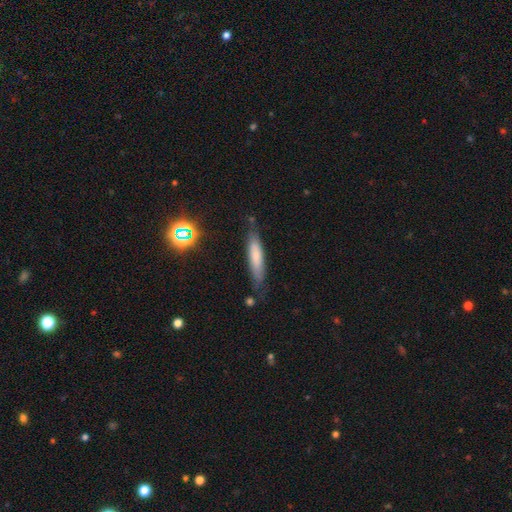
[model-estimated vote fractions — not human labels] Overall: smooth (72%). How rounded: cigar-shaped (79%). Merging: none (75%).